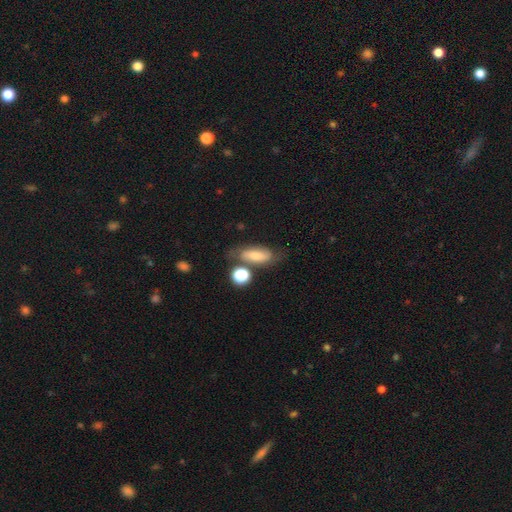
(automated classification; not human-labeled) This appears to be a smooth galaxy with no disk features (63%) that is in between round and cigar-shaped (71%). Merging: none (57%).